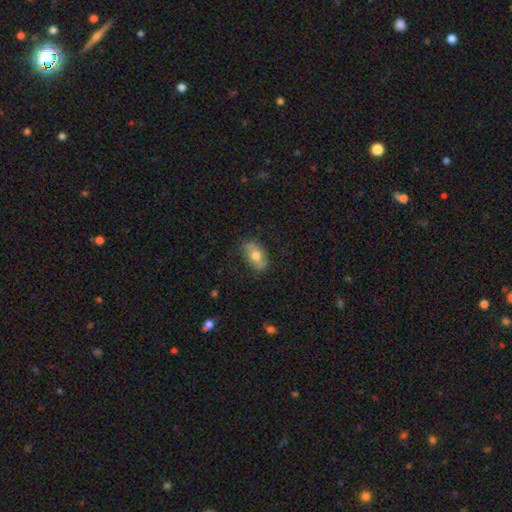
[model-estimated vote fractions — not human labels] Smooth or featured? Predicted: smooth (p=0.59). How rounded? Predicted: in between (p=0.87). Merging? Predicted: none (p=0.77).